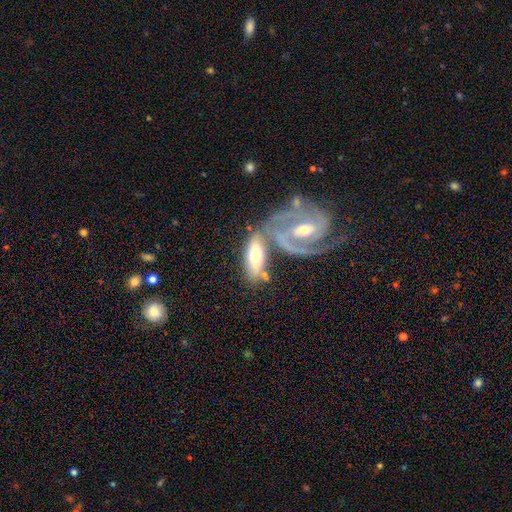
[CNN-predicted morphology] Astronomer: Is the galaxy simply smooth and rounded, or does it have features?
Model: featured or disk — 48% (runner-up: smooth, 46%).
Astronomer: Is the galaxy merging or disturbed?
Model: merger — 47% (runner-up: none, 31%).